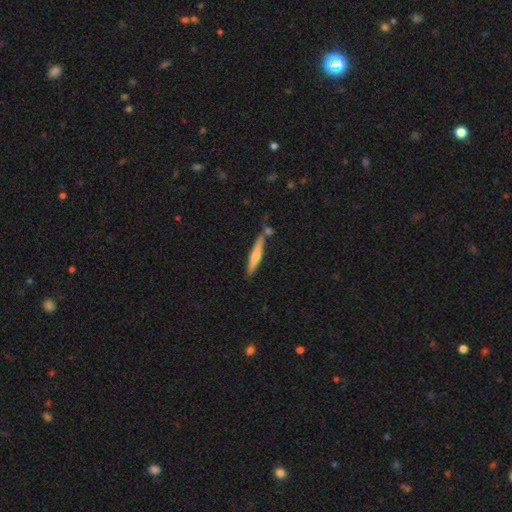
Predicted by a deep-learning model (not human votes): Smooth or featured? smooth (59%)
How rounded? cigar-shaped (91%)
Merging? none (71%)